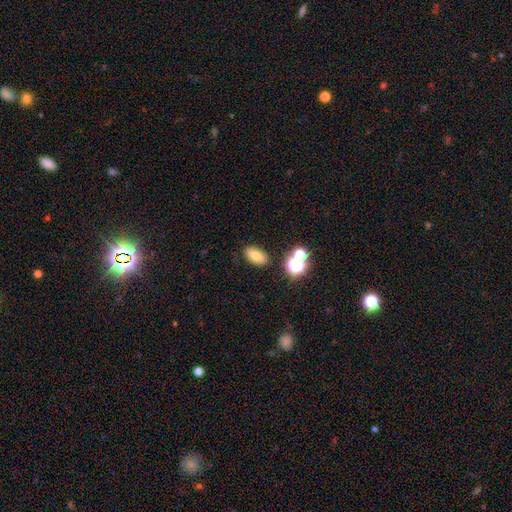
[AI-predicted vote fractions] This appears to be a smooth galaxy with no disk features (72%) that is in between round and cigar-shaped (84%). Merging: none (84%).